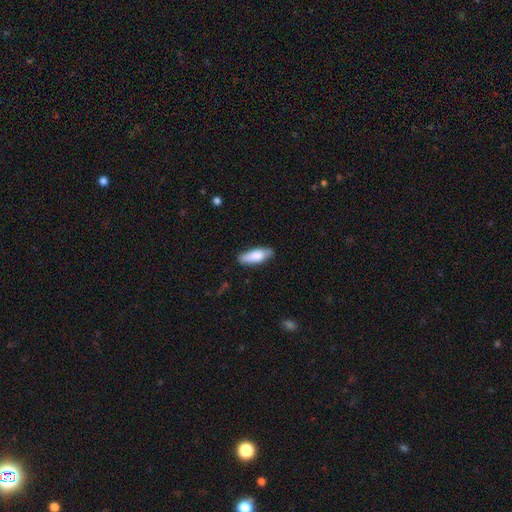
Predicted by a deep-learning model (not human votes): Q: Smooth or featured?
A: smooth (80%); runner-up: featured or disk (14%)
Q: How rounded?
A: in between (63%); runner-up: cigar-shaped (35%)
Q: Merging?
A: none (75%); runner-up: minor disturbance (20%)